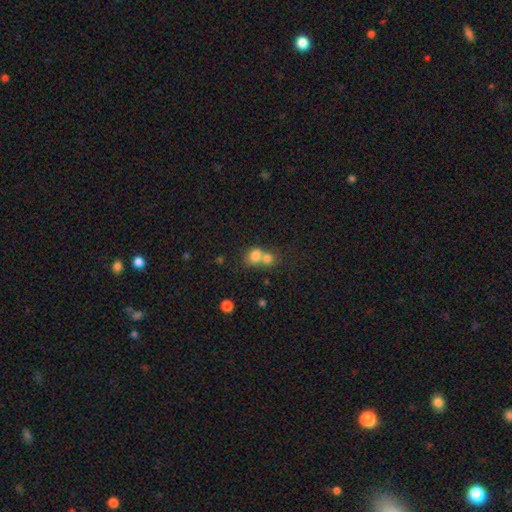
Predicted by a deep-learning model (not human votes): This appears to be a smooth galaxy with no disk features (77%) that is round (60%). Merging: merger (65%).